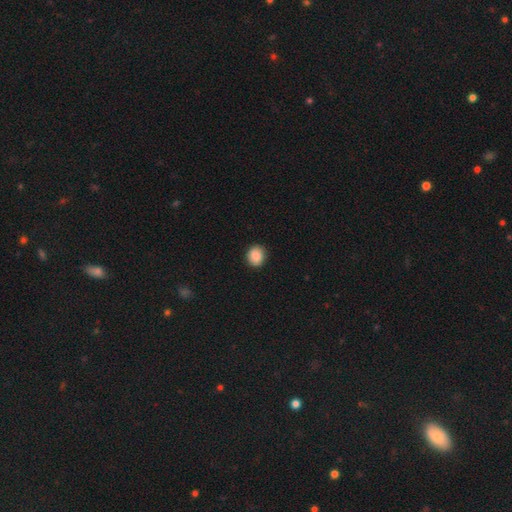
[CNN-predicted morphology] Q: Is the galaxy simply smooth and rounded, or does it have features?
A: smooth — 89%.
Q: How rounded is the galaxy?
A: round — 71%.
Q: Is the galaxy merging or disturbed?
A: none — 88%.